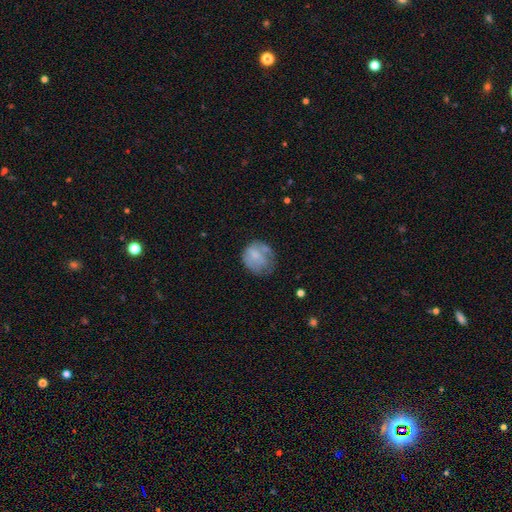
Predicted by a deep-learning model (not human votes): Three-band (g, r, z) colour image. It shows a smooth galaxy with no disk features (61%) that is round (71%). Merging: none (42%).